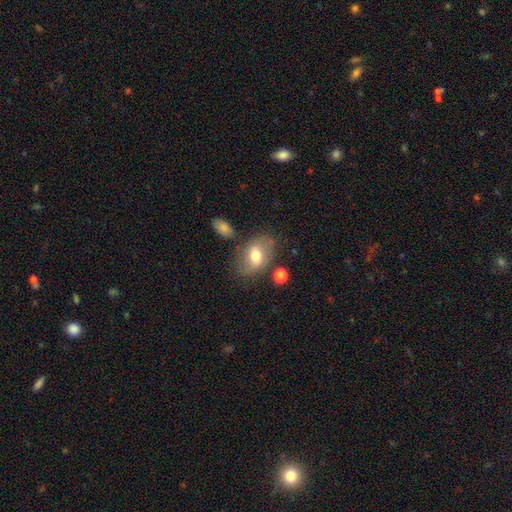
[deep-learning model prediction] The model was most divided on "smooth or featured": smooth: 59%, featured or disk: 33%, star or artifact: 8%. More confident: how rounded — in between (81%); merging — none (66%).